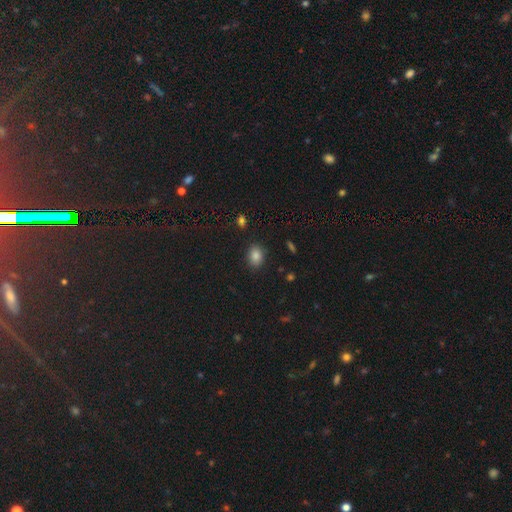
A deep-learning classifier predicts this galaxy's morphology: type=smooth (84%); roundness=in between (57%); merging=none (87%).